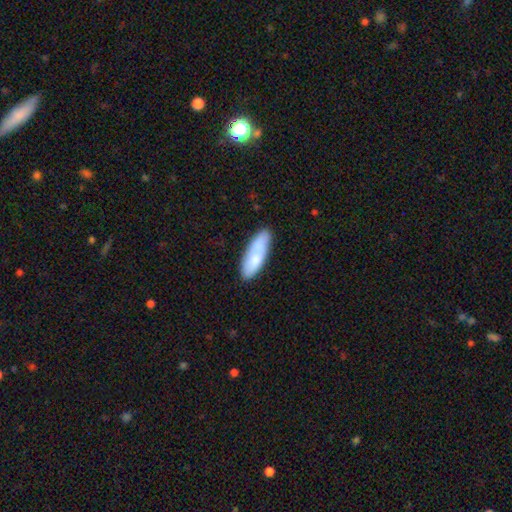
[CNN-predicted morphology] A smooth galaxy with no disk features (78%) that is in between round and cigar-shaped (58%). Merging: none (76%).